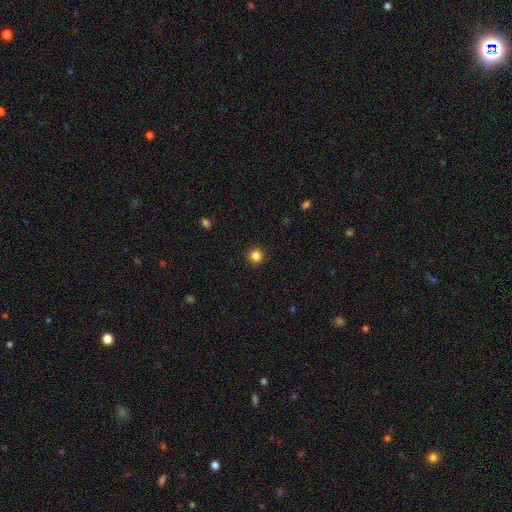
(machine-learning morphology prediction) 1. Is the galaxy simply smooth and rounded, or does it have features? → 85% smooth, 12% star or artifact, 4% featured or disk.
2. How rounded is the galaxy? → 95% round, 4% in between, 1% cigar-shaped.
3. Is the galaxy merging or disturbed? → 93% none, 5% minor disturbance, 2% major disturbance, 1% merger.